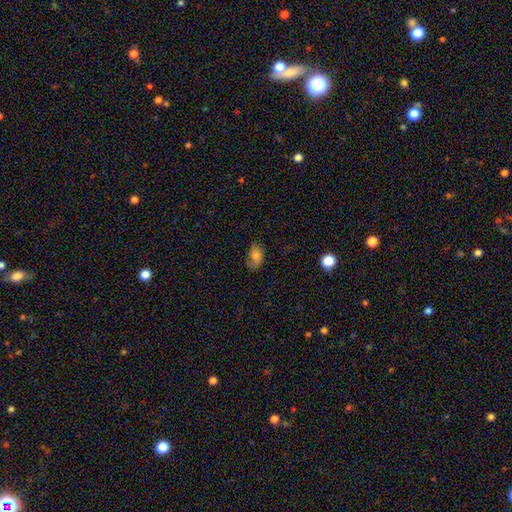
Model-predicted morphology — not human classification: smooth 73%, featured or disk 16%, star or artifact 11%. Down the decision tree: how rounded — in between (83%); merging — none (52%).